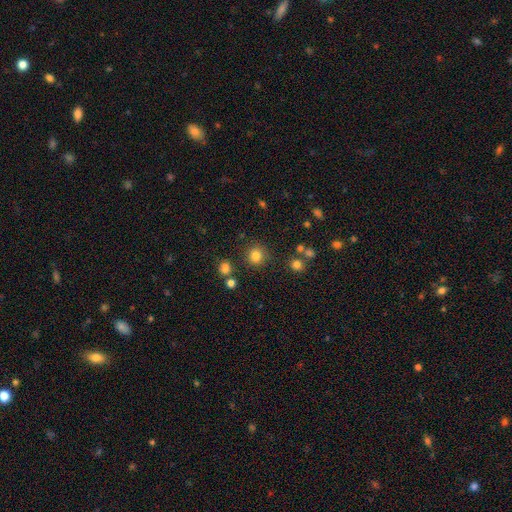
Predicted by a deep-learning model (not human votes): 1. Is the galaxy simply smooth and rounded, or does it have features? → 81% smooth, 14% star or artifact, 5% featured or disk.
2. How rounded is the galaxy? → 91% round, 8% in between, 1% cigar-shaped.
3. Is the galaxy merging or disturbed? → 85% none, 8% minor disturbance, 4% merger, 3% major disturbance.